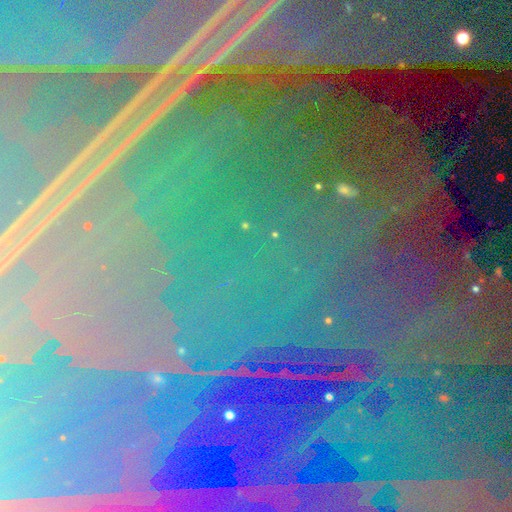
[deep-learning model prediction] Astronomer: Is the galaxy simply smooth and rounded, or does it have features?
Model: star or artifact — 87%.